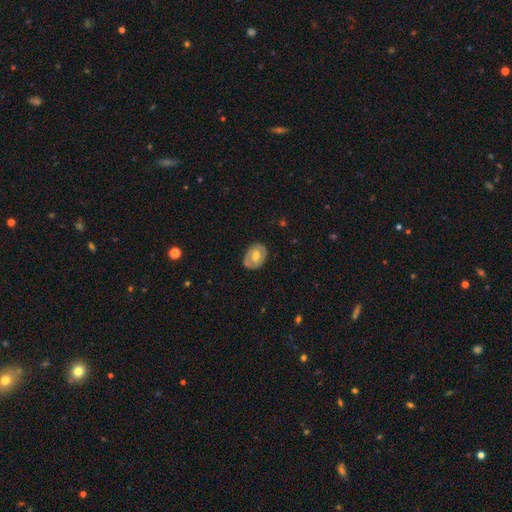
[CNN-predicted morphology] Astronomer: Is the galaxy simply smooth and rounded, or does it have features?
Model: featured or disk — 52% (runner-up: smooth, 42%).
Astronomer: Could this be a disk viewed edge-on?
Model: no — 94%.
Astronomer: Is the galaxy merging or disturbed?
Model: none — 76%.